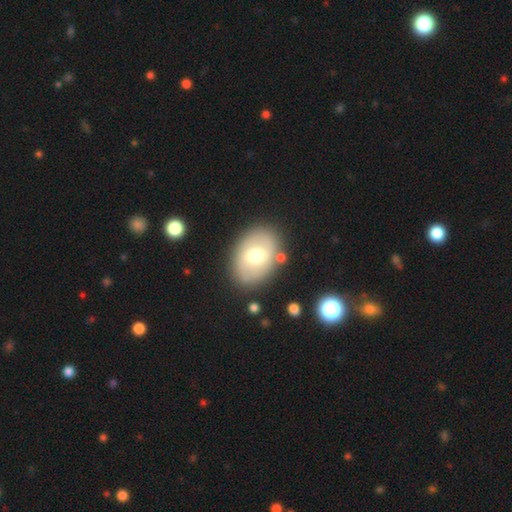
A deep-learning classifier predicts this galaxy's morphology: Smooth or featured: smooth — 57% (featured or disk — 35%)
How rounded: in between — 77% (round — 22%)
Merging: none — 80% (minor disturbance — 12%)